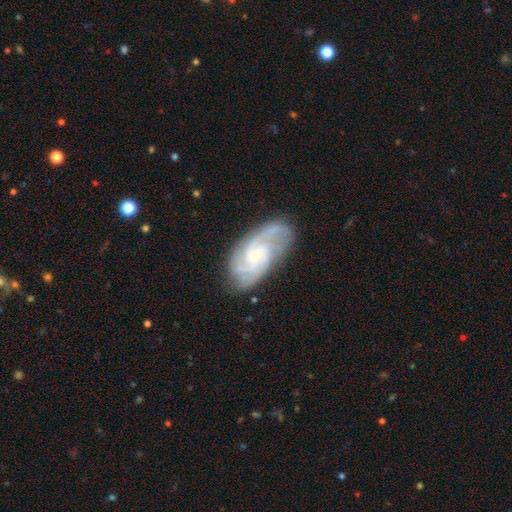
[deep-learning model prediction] Q: Smooth or featured?
A: featured or disk (85%); runner-up: smooth (10%)
Q: Edge-on disk?
A: no (96%); runner-up: yes (4%)
Q: Bar?
A: no (62%); runner-up: weak (33%)
Q: Spiral arms?
A: yes (97%); runner-up: no (3%)
Q: Spiral winding?
A: tight (49%); runner-up: medium (42%)
Q: Spiral arm count?
A: 3 (30%); runner-up: 2 (27%)
Q: Bulge size?
A: small (76%); runner-up: moderate (18%)
Q: Merging?
A: none (74%); runner-up: minor disturbance (19%)